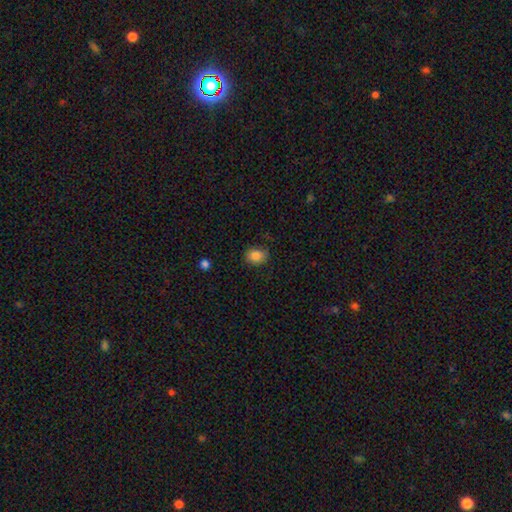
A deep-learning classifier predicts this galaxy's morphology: Smooth or featured: smooth — 86% (star or artifact — 9%)
How rounded: in between — 56% (round — 43%)
Merging: none — 80% (minor disturbance — 15%)